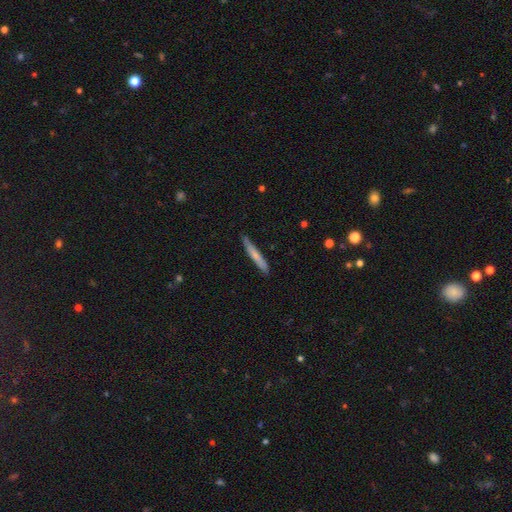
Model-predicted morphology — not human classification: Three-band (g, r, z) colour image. It shows a smooth galaxy with no disk features (62%) that is cigar-shaped (95%). Merging: none (85%).